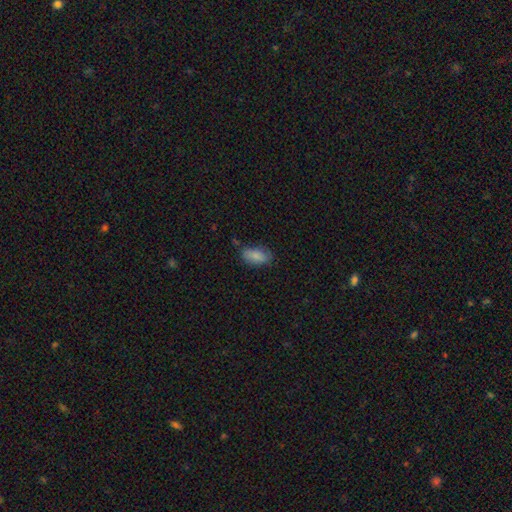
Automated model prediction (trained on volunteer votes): A smooth galaxy with no disk features (86%) that is in between round and cigar-shaped (91%).

Vote fractions:
- Smooth or featured? smooth: 86% / star or artifact: 7% / featured or disk: 7%
- How rounded? in between: 91% / cigar-shaped: 6% / round: 3%
- Merging? none: 70% / minor disturbance: 22% / major disturbance: 5% / merger: 3%